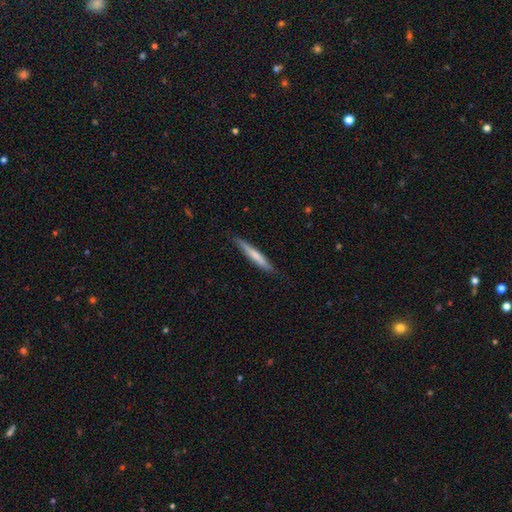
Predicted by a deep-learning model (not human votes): Overall: smooth (64%; featured or disk 31%). How rounded: cigar-shaped (95%). Merging: none (82%).